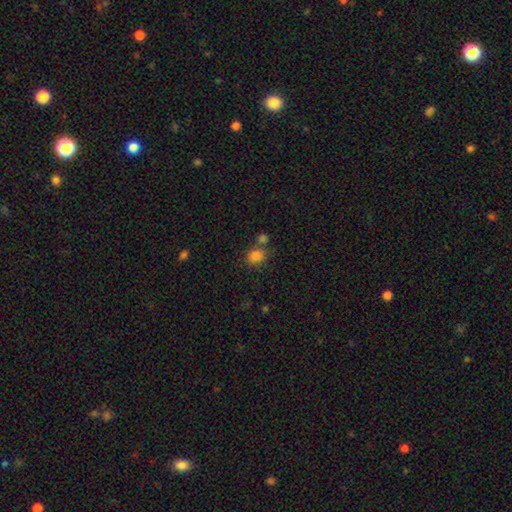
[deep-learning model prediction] This is clearly a smooth galaxy (83%). How rounded: possibly in between (50%). Merging: possibly none (54%).